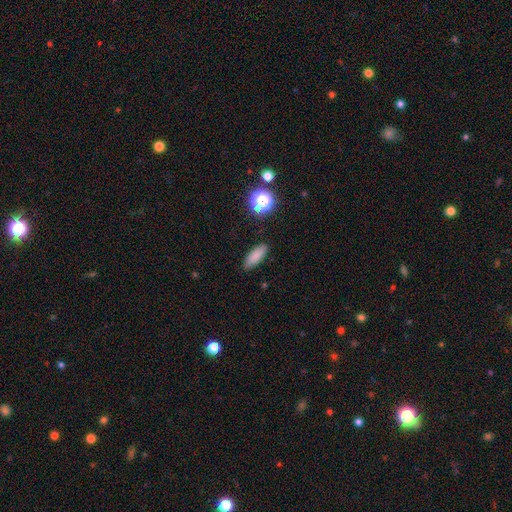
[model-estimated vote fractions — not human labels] Q: Smooth or featured?
A: smooth (83%); runner-up: star or artifact (10%)
Q: How rounded?
A: in between (63%); runner-up: cigar-shaped (34%)
Q: Merging?
A: none (87%); runner-up: minor disturbance (9%)